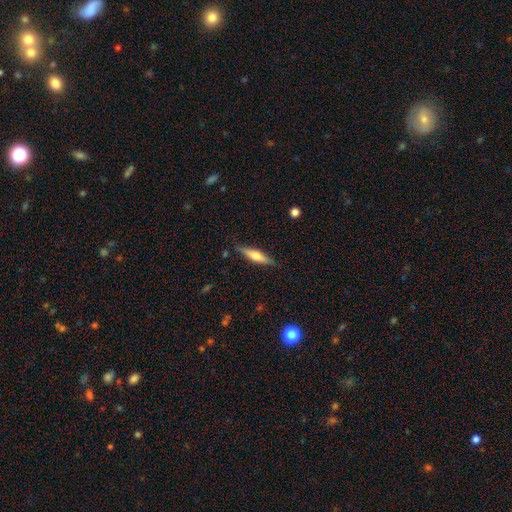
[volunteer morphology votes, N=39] type=featured or disk (62%); edge-on=yes (96%); edge-on bulge=rounded (91%); merging=none (92%).